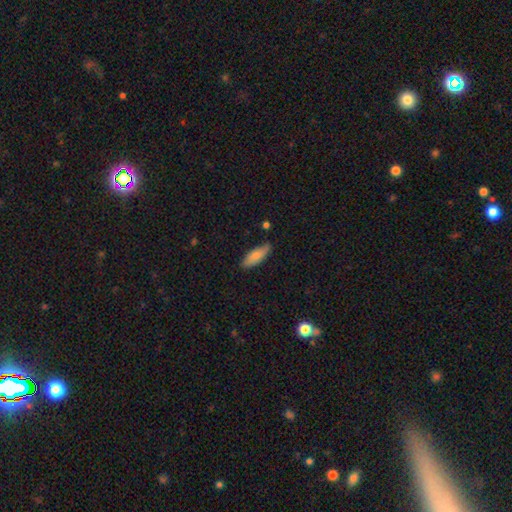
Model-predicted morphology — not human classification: type=smooth (75%); roundness=in between (66%); merging=none (78%).